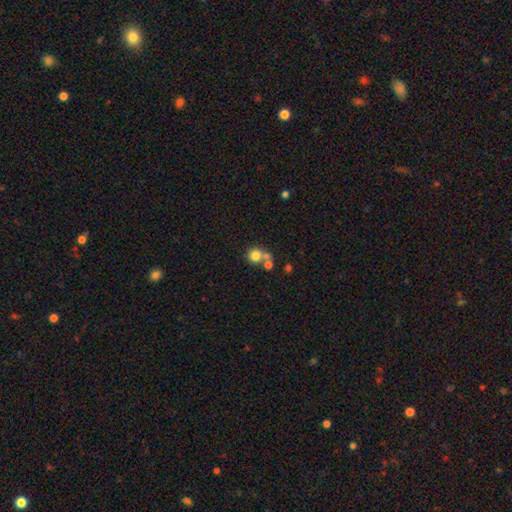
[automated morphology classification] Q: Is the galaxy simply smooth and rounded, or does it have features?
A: smooth — 76%.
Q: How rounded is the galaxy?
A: round — 84%.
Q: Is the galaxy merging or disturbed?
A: none — 44%.